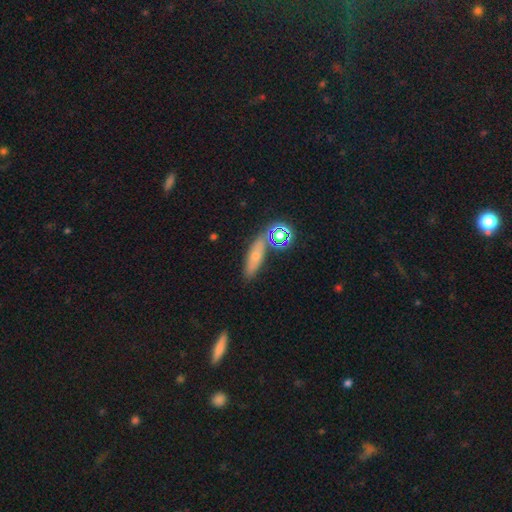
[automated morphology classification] smooth-or-featured: smooth: 56% | featured or disk: 24% | star or artifact: 19%
  how-rounded: cigar-shaped: 49% | in between: 42% | round: 9%
  merging: none: 73% | minor disturbance: 14% | merger: 9% | major disturbance: 5%